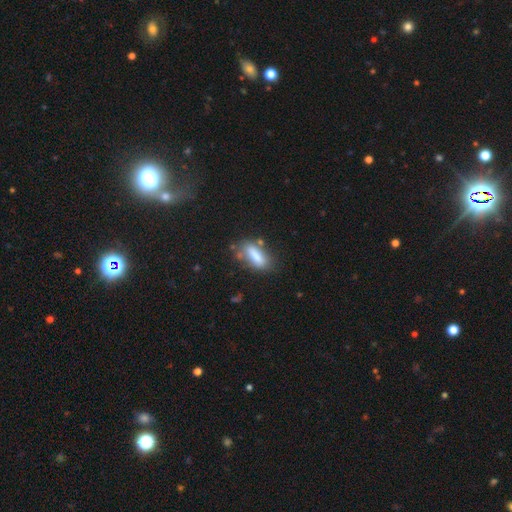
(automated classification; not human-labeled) Morphology: type=smooth (77%); roundness=in between (66%); merging=none (62%).